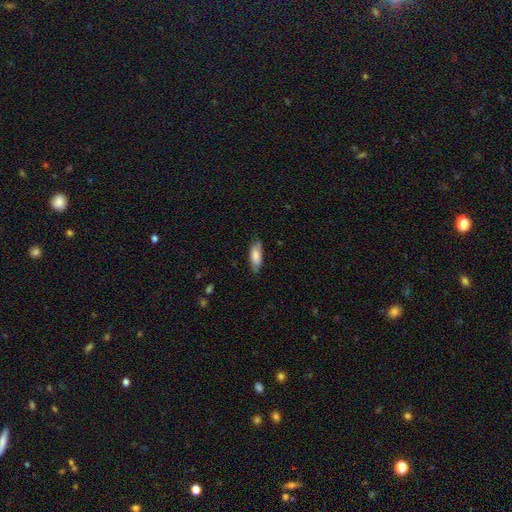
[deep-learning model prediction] This appears to be a smooth galaxy with no disk features (79%) that is in between round and cigar-shaped (67%). Merging: none (79%).